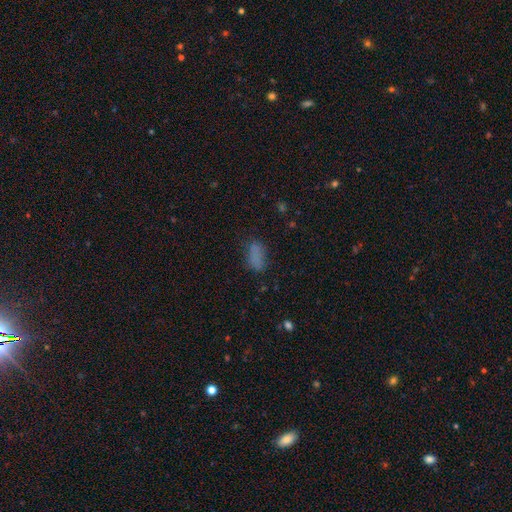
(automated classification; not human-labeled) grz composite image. It shows a smooth galaxy with no disk features (77%) that is in between round and cigar-shaped (86%). Merging: none (65%).